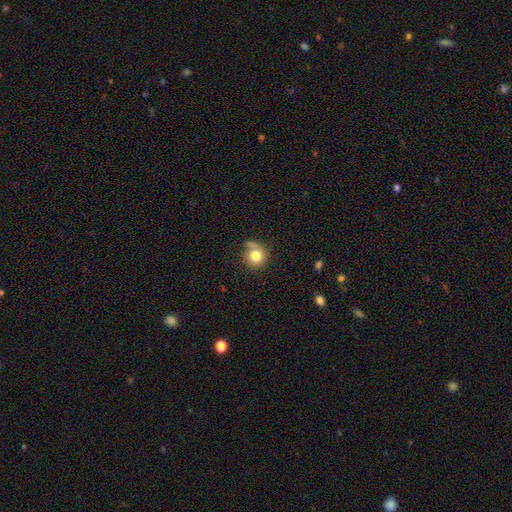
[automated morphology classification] The model was most divided on "merging": none: 60%, minor disturbance: 20%, merger: 11%, major disturbance: 9%. More confident: how rounded — round (89%); smooth or featured — smooth (78%).